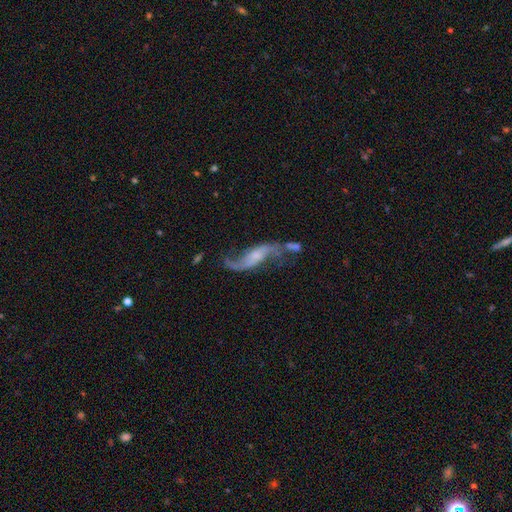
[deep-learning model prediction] Overall: featured or disk (84%). Edge-on disk: no (88%). Bar: no (48%; weak 36%). Spiral arms: yes (93%). Spiral arm count: 2 (91%). Spiral winding: loose (87%). Bulge size: small (53%; moderate 28%). Merging: none (51%; minor disturbance 19%).